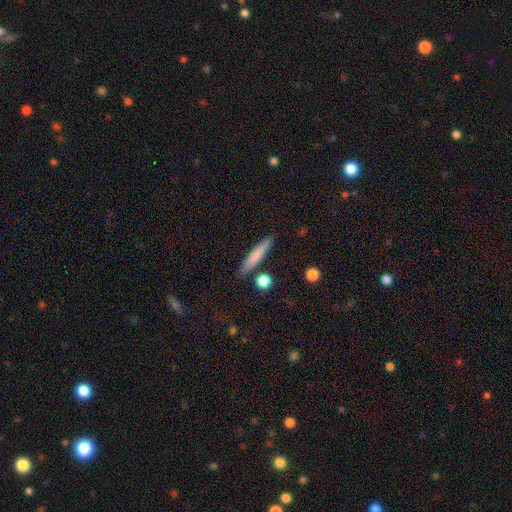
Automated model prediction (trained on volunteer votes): This is likely a smooth galaxy (72%). How rounded: clearly cigar-shaped (91%). Merging: clearly none (85%).